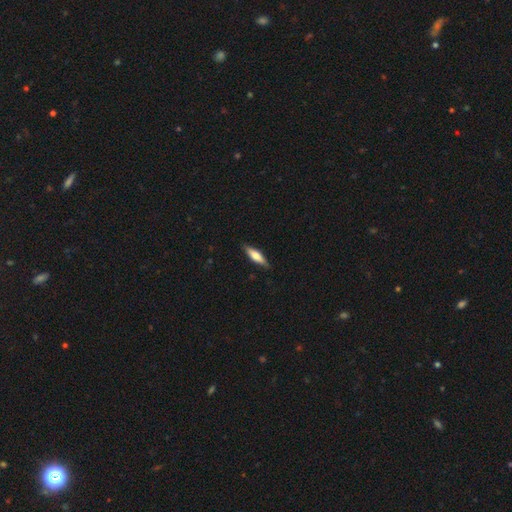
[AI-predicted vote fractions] Morphology: type=smooth (56%); roundness=cigar-shaped (62%); merging=none (86%).